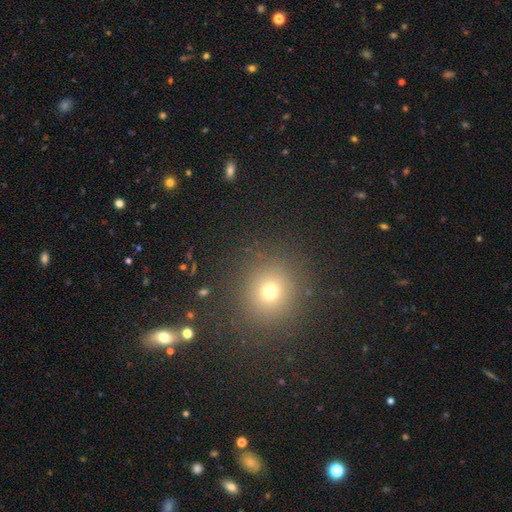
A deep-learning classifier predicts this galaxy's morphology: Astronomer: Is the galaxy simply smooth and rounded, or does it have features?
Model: smooth — 58% (runner-up: star or artifact, 34%).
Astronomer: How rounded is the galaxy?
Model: round — 92%.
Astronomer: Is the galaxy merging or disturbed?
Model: none — 91%.